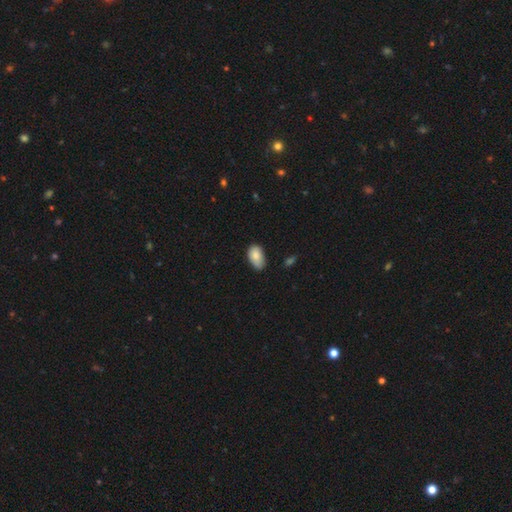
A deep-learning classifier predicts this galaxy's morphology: Q: Smooth or featured?
A: smooth (85%); runner-up: featured or disk (8%)
Q: How rounded?
A: in between (93%); runner-up: round (6%)
Q: Merging?
A: none (61%); runner-up: minor disturbance (33%)